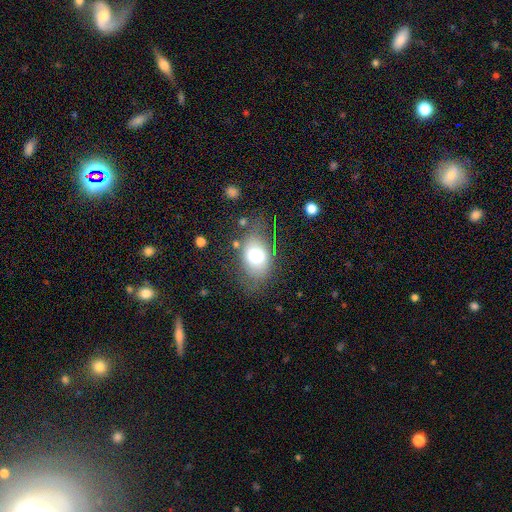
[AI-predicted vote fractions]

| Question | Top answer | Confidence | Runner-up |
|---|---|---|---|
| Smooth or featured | smooth | 69% | featured or disk (21%) |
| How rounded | in between | 78% | round (21%) |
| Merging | none | 64% | minor disturbance (21%) |